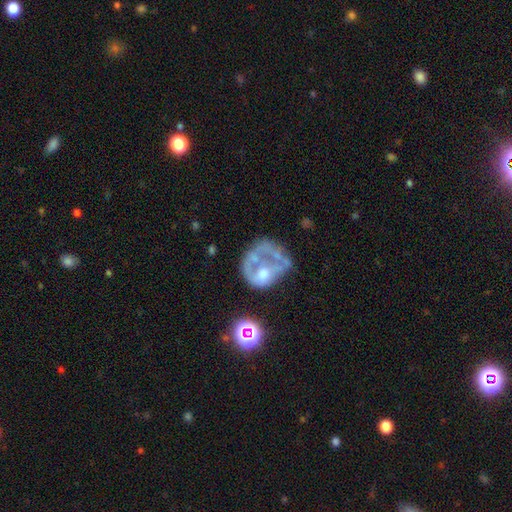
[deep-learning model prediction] A featured or disk galaxy (58%) with no bar (88%), no spiral arms (83%) and a moderate central bulge (41%).

Vote fractions:
- Smooth or featured? featured or disk: 58% / smooth: 28% / star or artifact: 14%
- Edge-on disk? no: 98% / yes: 2%
- Bar? no: 88% / weak: 9% / strong: 2%
- Spiral arms? no: 83% / yes: 17%
- Bulge size? moderate: 41% / none: 30% / small: 20% / large: 7% / dominant: 2%
- Merging? major disturbance: 35% / none: 34% / minor disturbance: 19% / merger: 12%